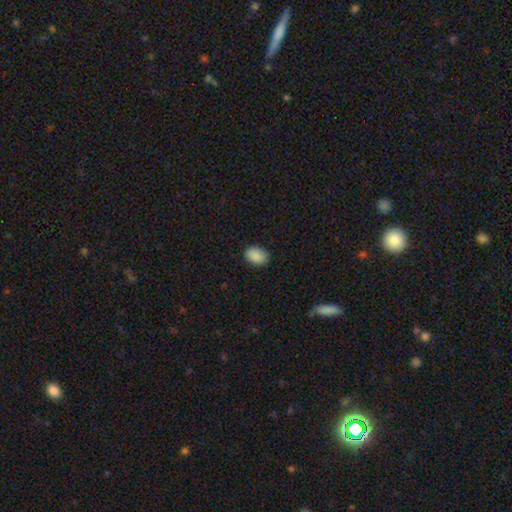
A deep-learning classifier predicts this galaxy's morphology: Overall: smooth (89%). How rounded: in between (80%). Merging: none (87%).